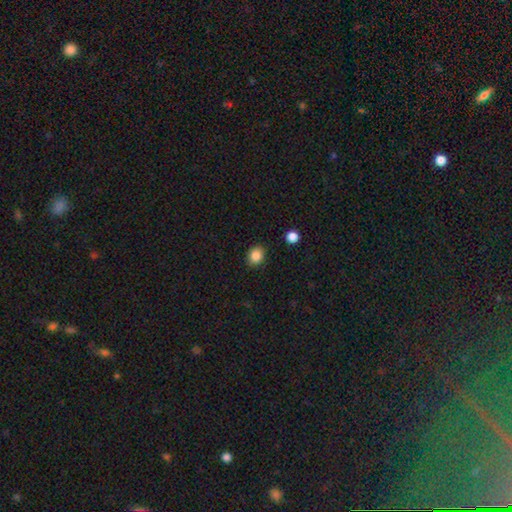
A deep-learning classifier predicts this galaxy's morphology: smooth 86%, star or artifact 10%, featured or disk 4%. Down the decision tree: how rounded — round (57%); merging — none (87%).